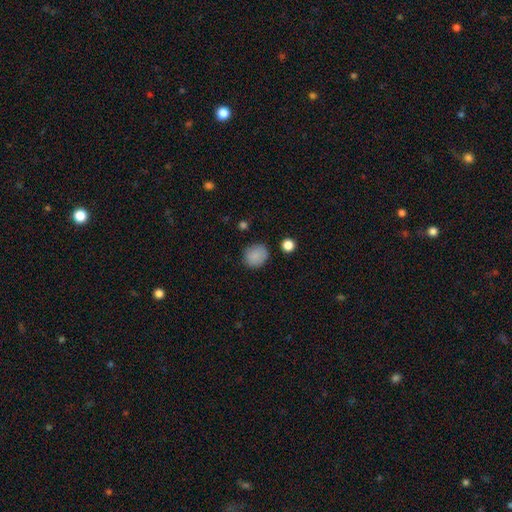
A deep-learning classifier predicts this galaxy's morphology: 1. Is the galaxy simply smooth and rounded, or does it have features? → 86% smooth, 9% star or artifact, 5% featured or disk.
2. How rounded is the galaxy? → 77% round, 22% in between, 1% cigar-shaped.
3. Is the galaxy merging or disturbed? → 82% none, 12% minor disturbance, 3% major disturbance, 2% merger.